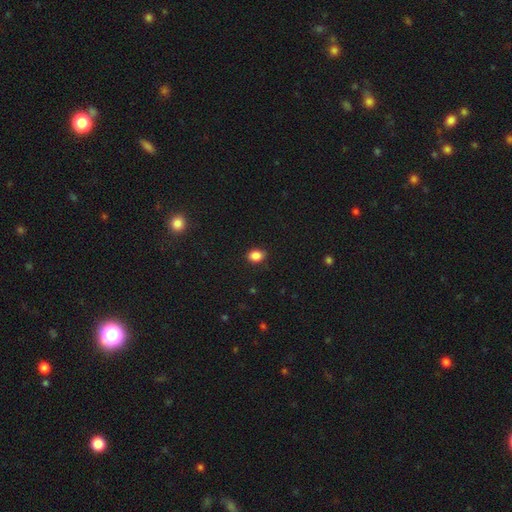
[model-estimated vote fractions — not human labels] The model was most divided on "how rounded": in between: 57%, round: 42%, cigar-shaped: 1%. More confident: merging — none (87%); smooth or featured — smooth (86%).